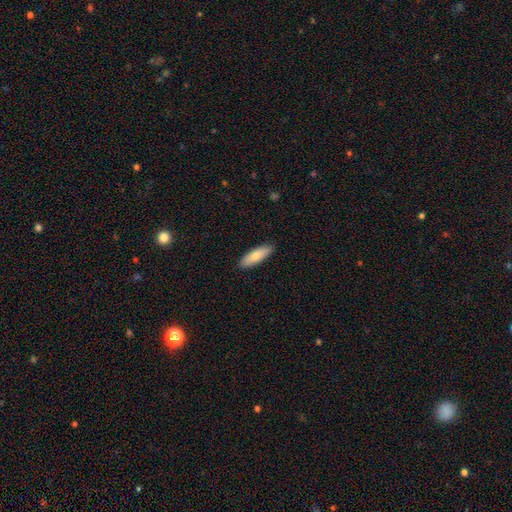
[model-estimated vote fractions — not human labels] Q: Smooth or featured?
A: smooth (80%); runner-up: featured or disk (15%)
Q: How rounded?
A: cigar-shaped (50%); runner-up: in between (48%)
Q: Merging?
A: none (89%); runner-up: minor disturbance (8%)